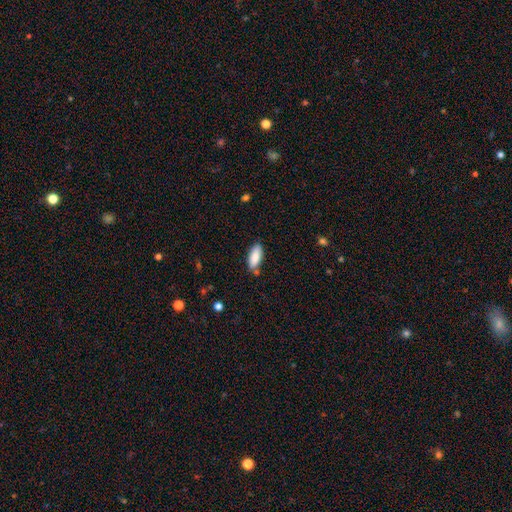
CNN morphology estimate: This is clearly a smooth galaxy (86%). How rounded: clearly in between (80%). Merging: likely none (77%).